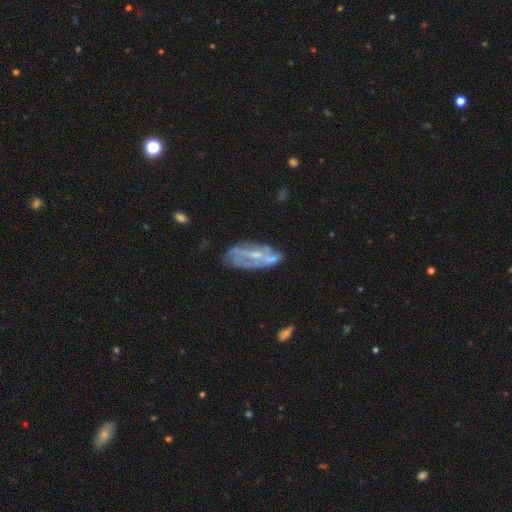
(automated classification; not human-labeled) smooth_or_featured: featured or disk (p=0.71) [alt: smooth p=0.22]
disk_edge_on: no (p=0.88) [alt: yes p=0.12]
bar: no (p=0.44) [alt: weak p=0.36]
has_spiral_arms: yes (p=0.52) [alt: no p=0.48]
bulge_size: small (p=0.54) [alt: moderate p=0.29]
merging: none (p=0.50) [alt: minor disturbance p=0.24]